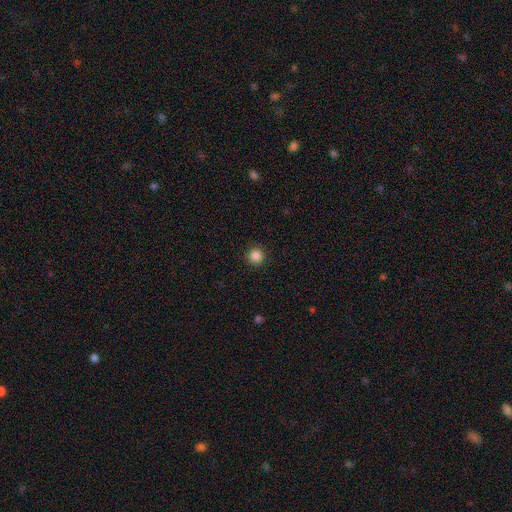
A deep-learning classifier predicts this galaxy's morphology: Smooth or featured: smooth — 85% (star or artifact — 11%)
How rounded: round — 95% (in between — 4%)
Merging: none — 92% (minor disturbance — 6%)